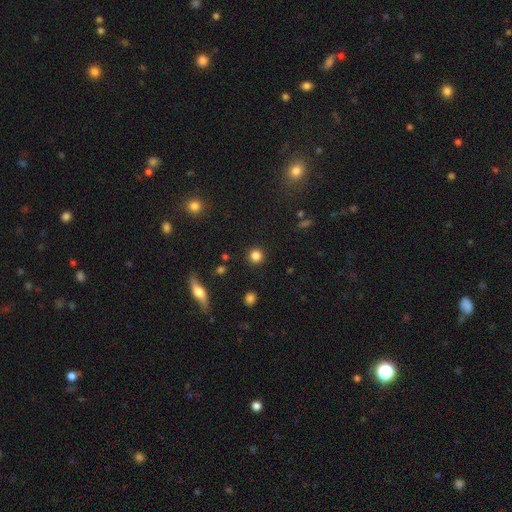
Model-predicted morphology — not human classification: smooth-or-featured: smooth: 84% | star or artifact: 11% | featured or disk: 5%
  how-rounded: round: 94% | in between: 5% | cigar-shaped: 1%
  merging: none: 91% | minor disturbance: 5% | major disturbance: 2% | merger: 2%